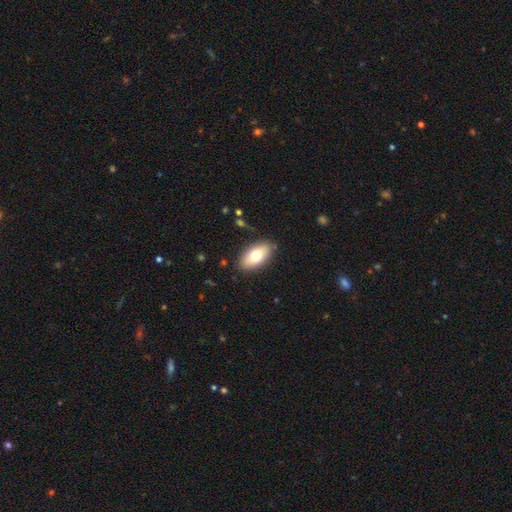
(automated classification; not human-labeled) This appears to be a smooth galaxy with no disk features (74%) that is in between round and cigar-shaped (93%). Merging: none (86%).